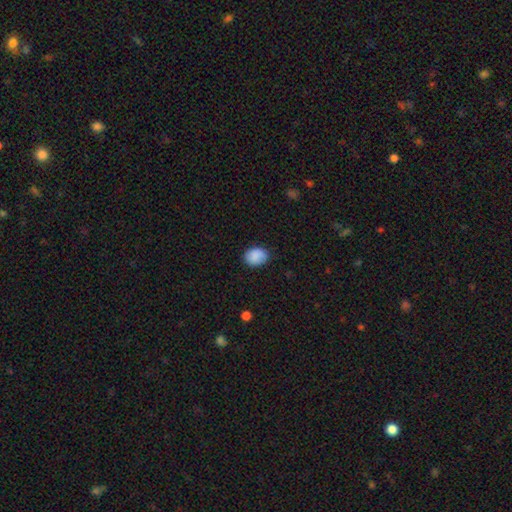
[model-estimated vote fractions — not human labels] The model was most divided on "how rounded": in between: 54%, round: 45%, cigar-shaped: 1%. More confident: smooth or featured — smooth (88%); merging — none (80%).